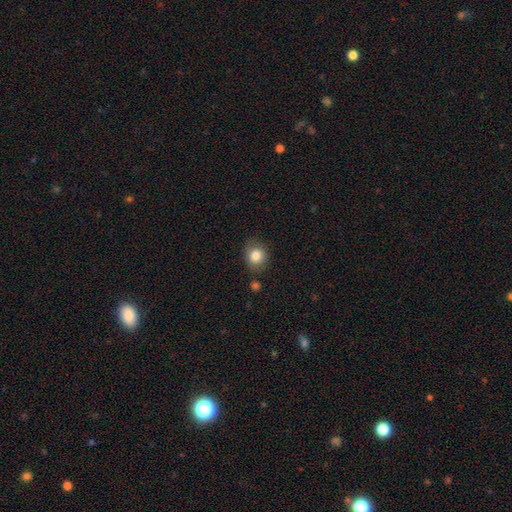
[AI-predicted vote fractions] Smooth or featured?
  - smooth: 82% *
  - star or artifact: 10%
  - featured or disk: 8%
How rounded?
  - round: 74% *
  - in between: 25%
  - cigar-shaped: 1%
Merging?
  - none: 76% *
  - minor disturbance: 16%
  - merger: 4%
  - major disturbance: 4%